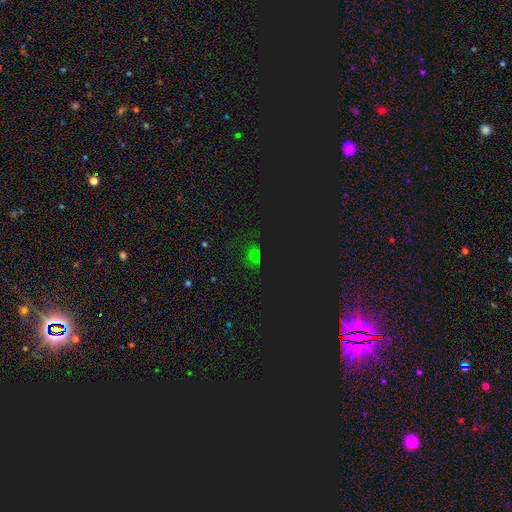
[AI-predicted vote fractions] Smooth or featured: star or artifact — 54% (smooth — 39%)